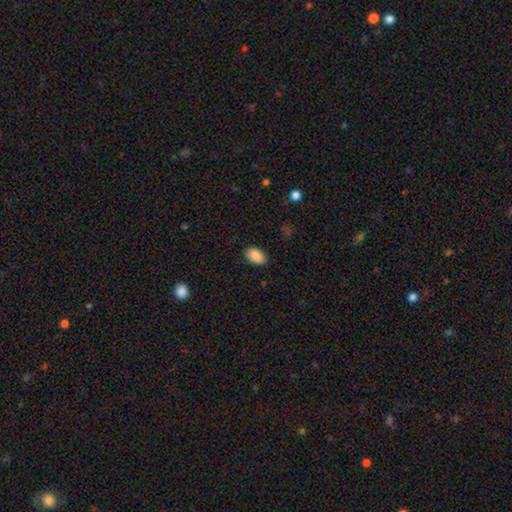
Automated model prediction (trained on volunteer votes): A smooth galaxy with no disk features (87%) that is in between round and cigar-shaped (93%).

Vote fractions:
- Smooth or featured? smooth: 87% / star or artifact: 7% / featured or disk: 6%
- How rounded? in between: 93% / round: 5% / cigar-shaped: 2%
- Merging? none: 86% / minor disturbance: 11% / major disturbance: 2% / merger: 1%